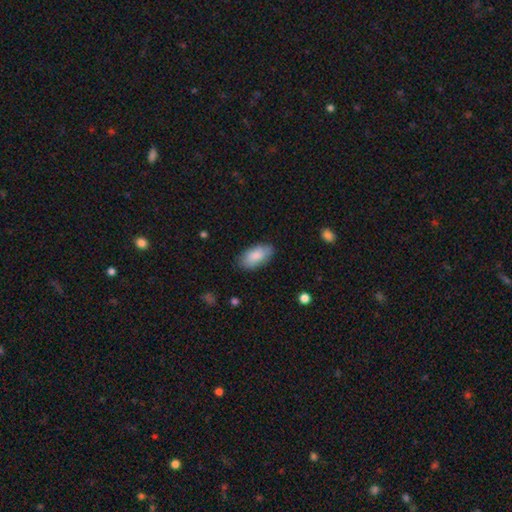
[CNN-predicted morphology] smooth-or-featured: smooth: 86% | featured or disk: 8% | star or artifact: 6%
  how-rounded: in between: 94% | cigar-shaped: 4% | round: 2%
  merging: none: 81% | minor disturbance: 15% | major disturbance: 3% | merger: 1%